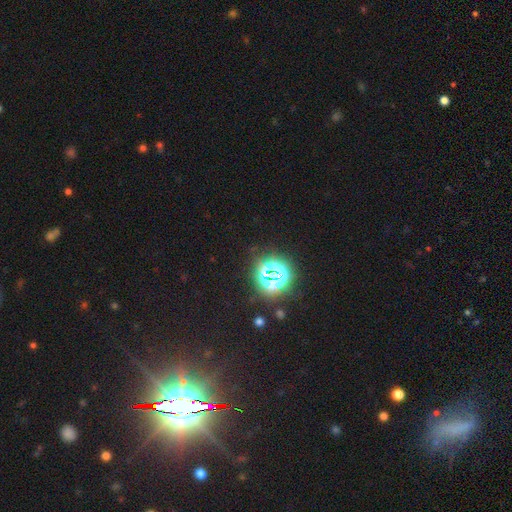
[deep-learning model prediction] Smooth or featured: star or artifact — 81% (smooth — 12%)